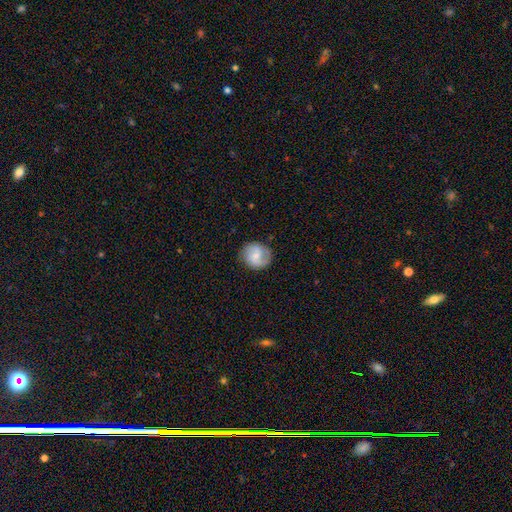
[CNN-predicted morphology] Smooth or featured? Predicted: featured or disk (p=0.48). Merging? Predicted: none (p=0.81).